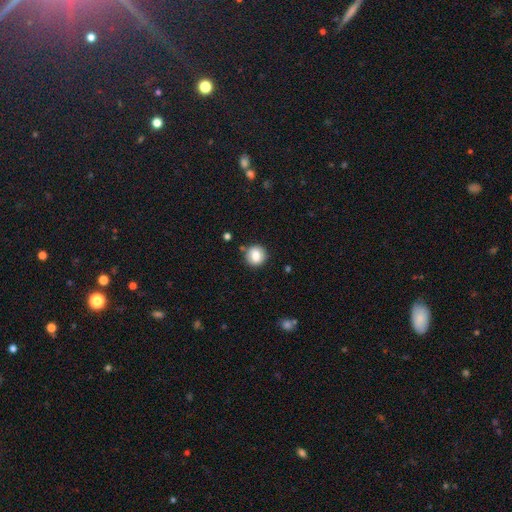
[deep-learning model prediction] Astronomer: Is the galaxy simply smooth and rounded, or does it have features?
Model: smooth — 78%.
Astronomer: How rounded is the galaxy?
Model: round — 89%.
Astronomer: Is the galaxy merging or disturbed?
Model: none — 84%.